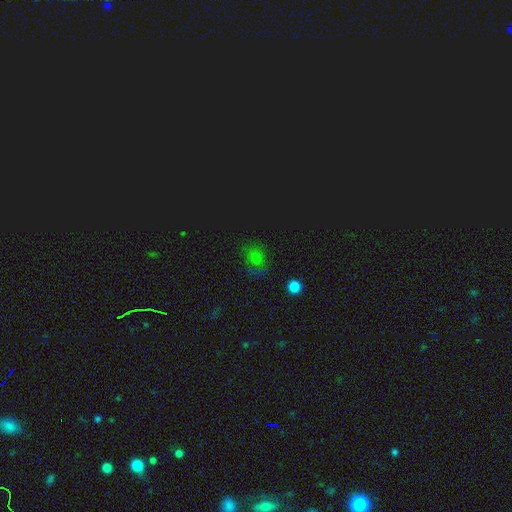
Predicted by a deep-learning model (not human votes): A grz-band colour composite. It shows a star or artifact, not a galaxy (46%).